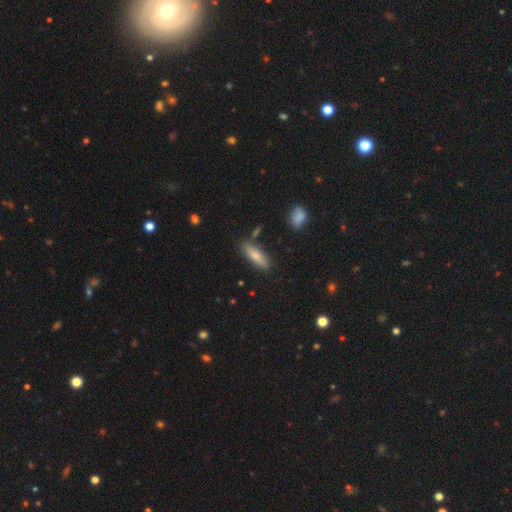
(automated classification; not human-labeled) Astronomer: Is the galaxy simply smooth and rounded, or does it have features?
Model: smooth — 74%.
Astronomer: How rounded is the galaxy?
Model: cigar-shaped — 55% (runner-up: in between, 43%).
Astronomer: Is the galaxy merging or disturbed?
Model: none — 81%.